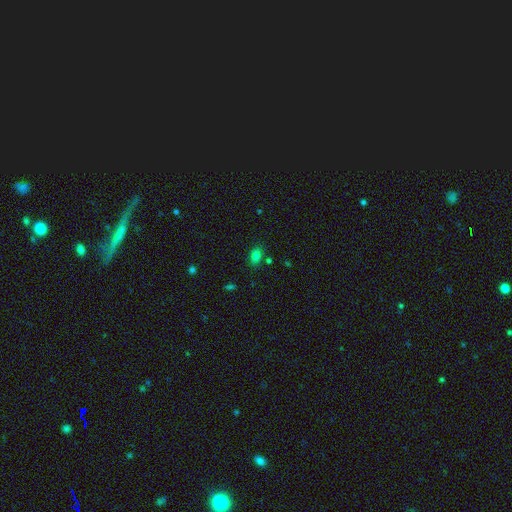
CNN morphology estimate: Smooth or featured? smooth (77%)
How rounded? in between (85%)
Merging? none (80%)